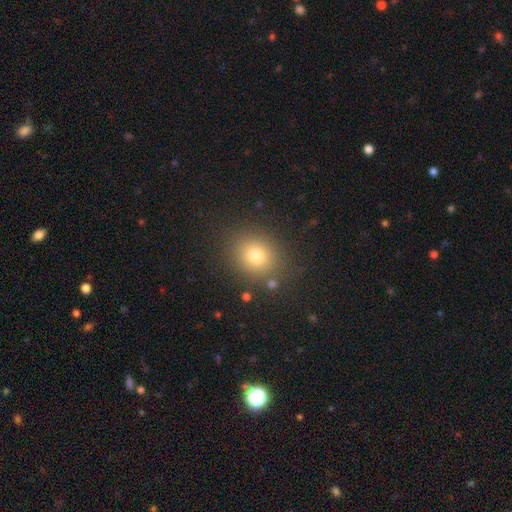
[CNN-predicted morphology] A smooth galaxy with no disk features (76%) that is round (64%).

Vote fractions:
- Smooth or featured? smooth: 76% / star or artifact: 15% / featured or disk: 9%
- How rounded? round: 64% / in between: 35% / cigar-shaped: 1%
- Merging? none: 84% / minor disturbance: 9% / major disturbance: 4% / merger: 3%